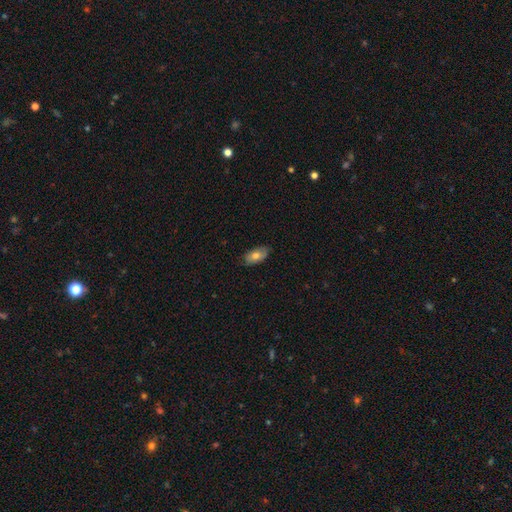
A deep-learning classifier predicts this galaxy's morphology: Overall: smooth (74%). How rounded: in between (92%). Merging: none (82%).